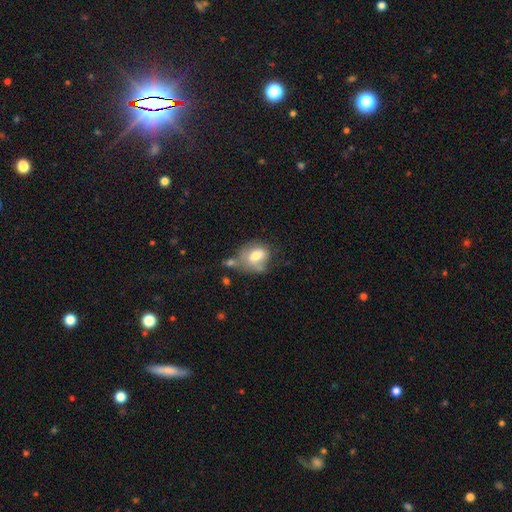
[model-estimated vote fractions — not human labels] Smooth or featured?
  - smooth: 65% *
  - featured or disk: 27%
  - star or artifact: 8%
How rounded?
  - in between: 63% *
  - round: 36%
  - cigar-shaped: 2%
Merging?
  - none: 32% *
  - minor disturbance: 26%
  - merger: 23%
  - major disturbance: 19%